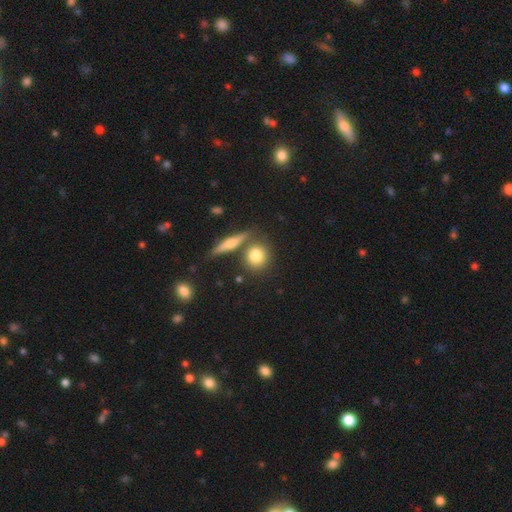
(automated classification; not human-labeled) Smooth or featured? smooth (77%)
How rounded? round (75%)
Merging? none (69%)